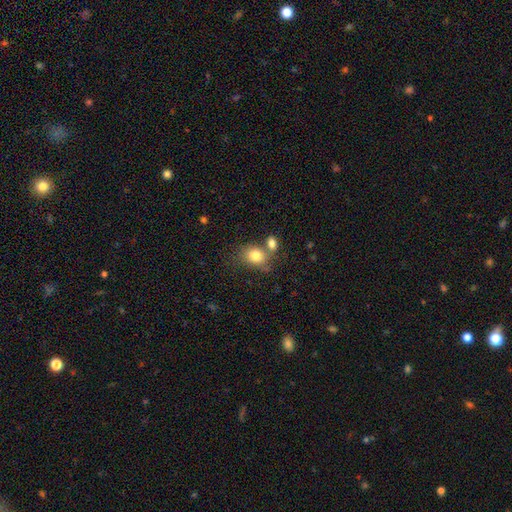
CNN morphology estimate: A smooth galaxy with no disk features (81%) that is in between round and cigar-shaped (51%).

Vote fractions:
- Smooth or featured? smooth: 81% / featured or disk: 10% / star or artifact: 9%
- How rounded? in between: 51% / round: 48% / cigar-shaped: 1%
- Merging? none: 49% / merger: 32% / minor disturbance: 14% / major disturbance: 6%